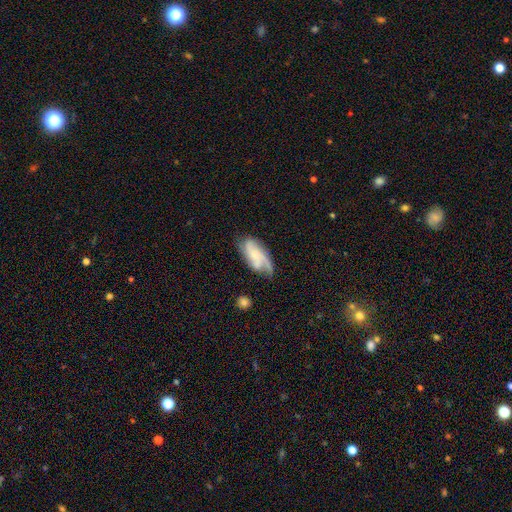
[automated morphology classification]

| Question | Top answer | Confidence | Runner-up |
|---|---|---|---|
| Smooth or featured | featured or disk | 64% | smooth (29%) |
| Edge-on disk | no | 93% | yes (7%) |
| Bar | no | 64% | weak (28%) |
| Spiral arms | yes | 89% | no (11%) |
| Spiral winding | medium | 41% | loose (36%) |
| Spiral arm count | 2 | 36% | 3 (26%) |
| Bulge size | small | 46% | none (25%) |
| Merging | none | 50% | minor disturbance (27%) |